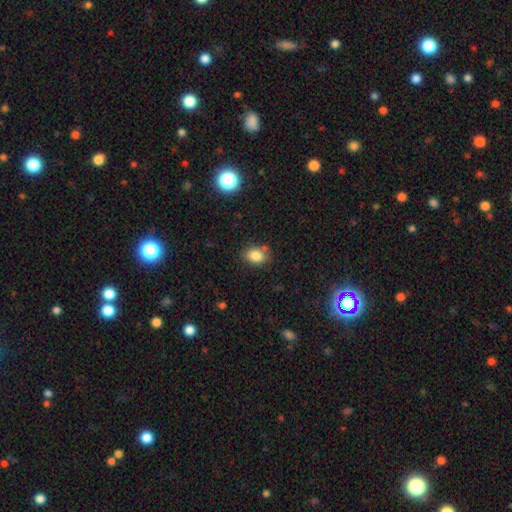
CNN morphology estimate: Overall: smooth (82%). How rounded: in between (69%; round 30%). Merging: none (74%).